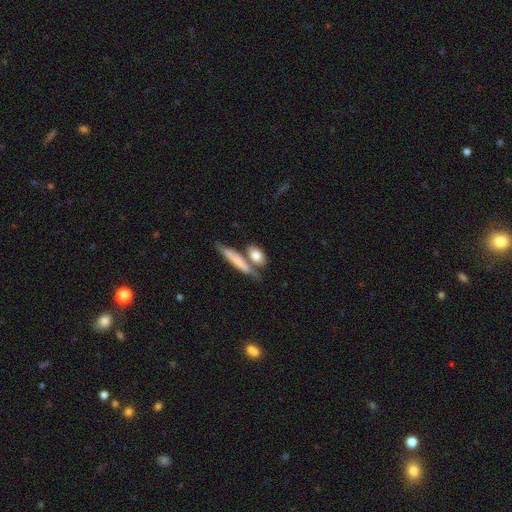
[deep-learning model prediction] Smooth or featured: smooth — 75% (featured or disk — 19%)
How rounded: in between — 53% (cigar-shaped — 35%)
Merging: none — 52% (merger — 29%)